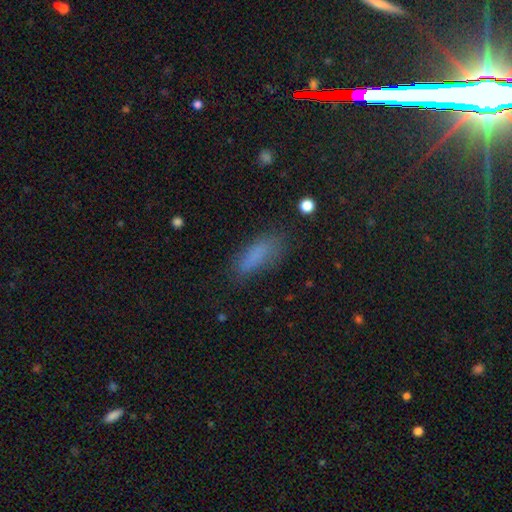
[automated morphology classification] Overall: smooth (78%). How rounded: in between (57%; cigar-shaped 40%). Merging: none (70%).